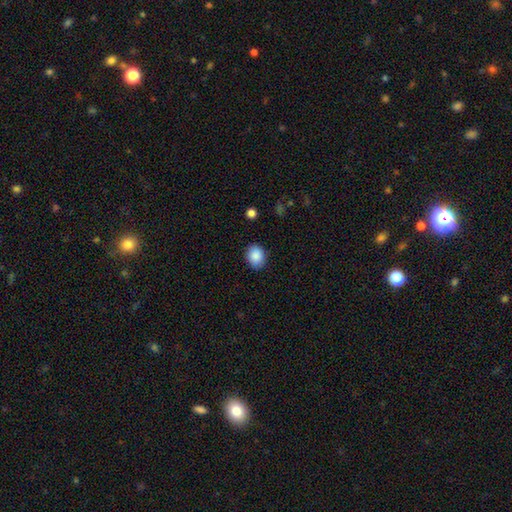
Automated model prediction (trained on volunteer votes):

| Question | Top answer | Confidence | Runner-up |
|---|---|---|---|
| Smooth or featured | smooth | 88% | star or artifact (8%) |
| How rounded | in between | 51% | round (48%) |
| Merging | none | 88% | minor disturbance (9%) |